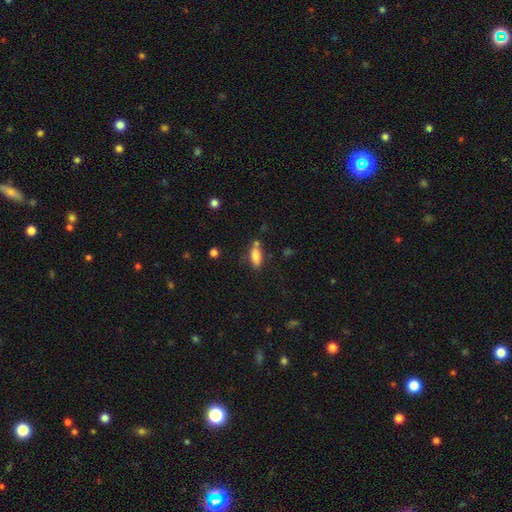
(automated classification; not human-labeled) A smooth galaxy with no disk features (80%) that is in between round and cigar-shaped (79%).

Vote fractions:
- Smooth or featured? smooth: 80% / featured or disk: 11% / star or artifact: 9%
- How rounded? in between: 79% / cigar-shaped: 18% / round: 3%
- Merging? none: 64% / minor disturbance: 17% / merger: 14% / major disturbance: 5%